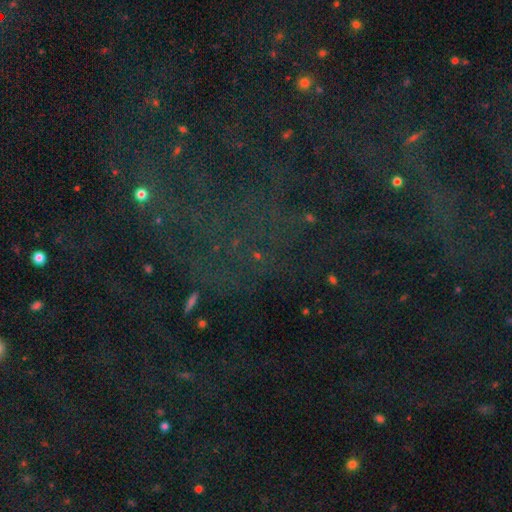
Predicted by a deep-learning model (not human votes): Smooth or featured: star or artifact — 78% (smooth — 13%)